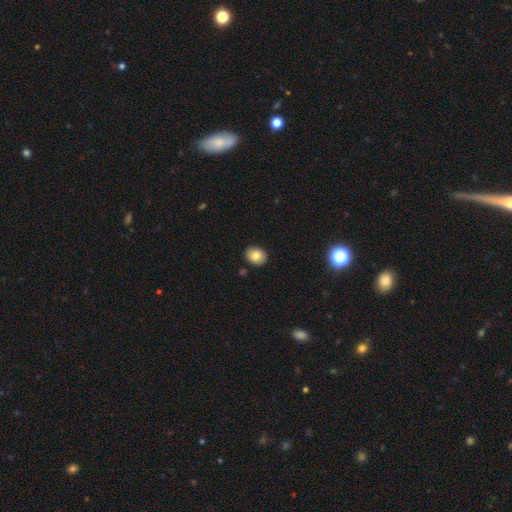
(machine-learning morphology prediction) Overall: smooth (80%). How rounded: round (58%; in between 41%). Merging: none (90%).